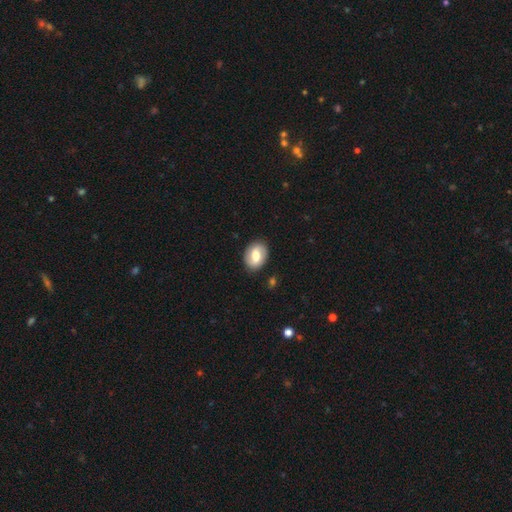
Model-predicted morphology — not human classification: Smooth or featured: smooth — 56% (featured or disk — 37%)
How rounded: in between — 68% (round — 30%)
Merging: none — 86% (minor disturbance — 10%)